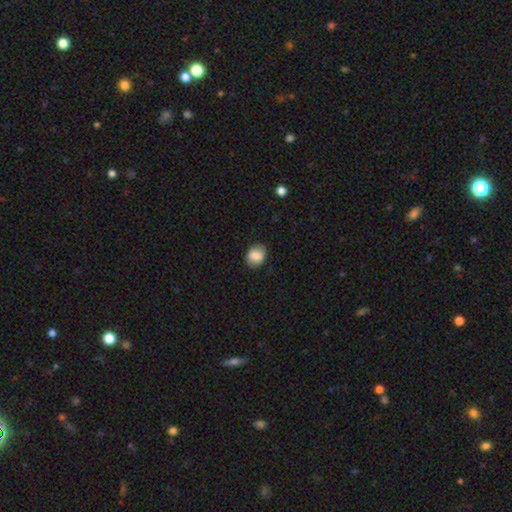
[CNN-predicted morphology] smooth 81%, featured or disk 11%, star or artifact 8%. Down the decision tree: how rounded — in between (54%); merging — none (84%).